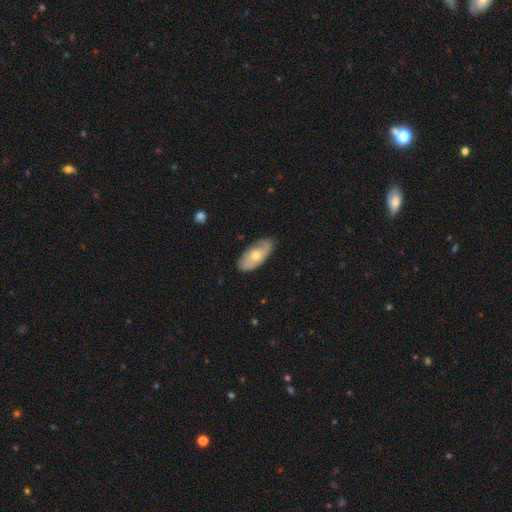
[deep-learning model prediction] Q: Smooth or featured?
A: featured or disk (48%); runner-up: smooth (45%)
Q: Merging?
A: none (79%); runner-up: minor disturbance (16%)